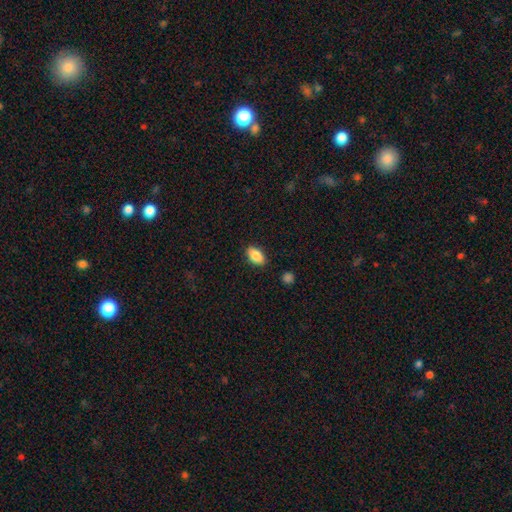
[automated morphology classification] smooth 86%, star or artifact 7%, featured or disk 7%. Down the decision tree: how rounded — in between (91%); merging — none (87%).